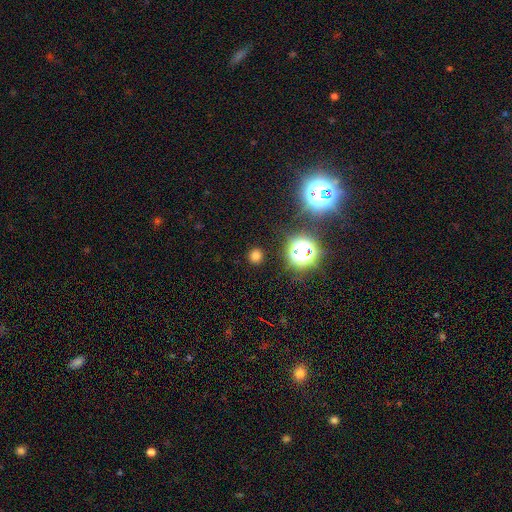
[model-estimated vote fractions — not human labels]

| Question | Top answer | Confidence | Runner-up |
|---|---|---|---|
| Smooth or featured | smooth | 68% | star or artifact (26%) |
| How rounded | round | 91% | in between (8%) |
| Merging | none | 90% | minor disturbance (6%) |